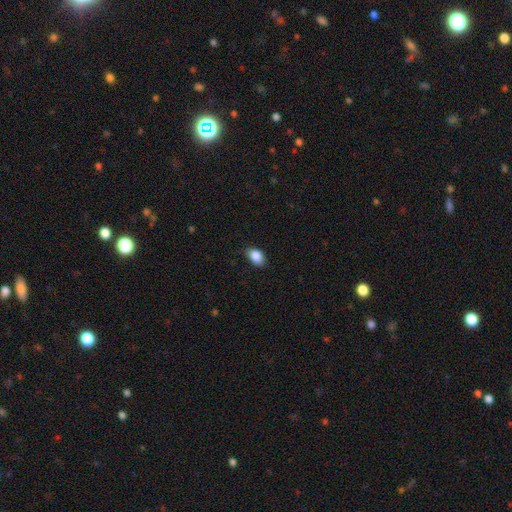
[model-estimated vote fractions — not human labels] Smooth or featured: smooth — 88% (star or artifact — 8%)
How rounded: in between — 86% (round — 13%)
Merging: none — 83% (minor disturbance — 14%)